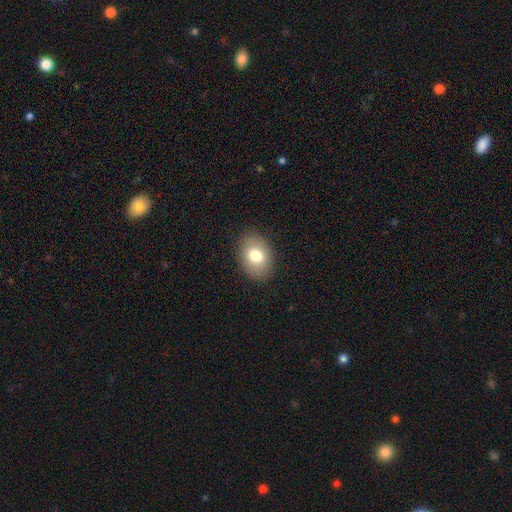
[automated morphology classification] This appears to be a smooth galaxy with no disk features (77%) that is in between round and cigar-shaped (77%). Merging: none (87%).